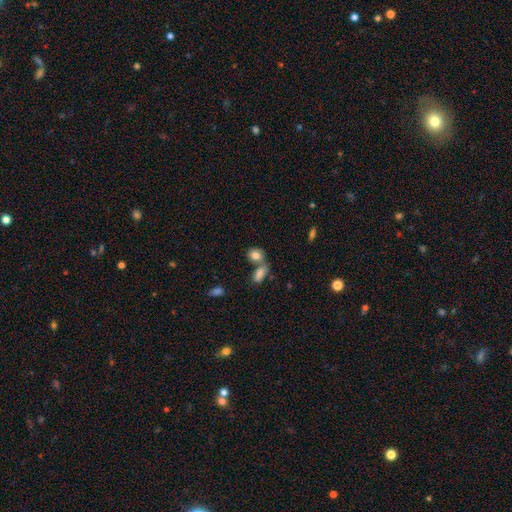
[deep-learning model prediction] Smooth or featured: smooth — 81% (featured or disk — 10%)
How rounded: in between — 61% (round — 37%)
Merging: none — 43% (merger — 42%)